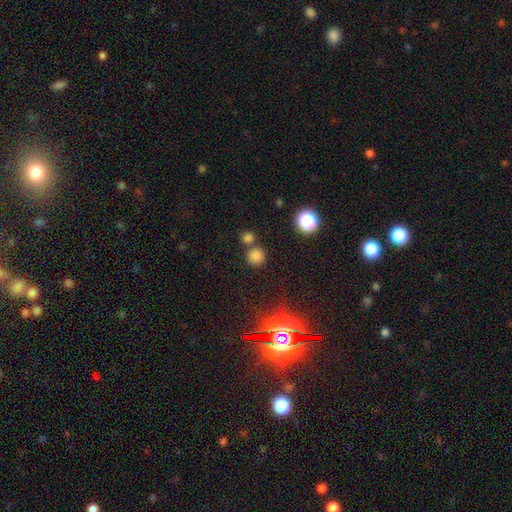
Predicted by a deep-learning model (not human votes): Smooth or featured? smooth (77%)
How rounded? round (92%)
Merging? none (71%)